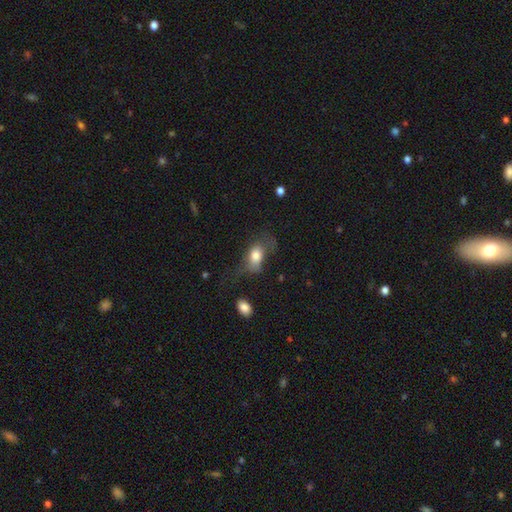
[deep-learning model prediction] The model was most divided on "merging": major disturbance: 40%, none: 31%, minor disturbance: 25%, merger: 4%. More confident: how rounded — in between (79%); smooth or featured — smooth (73%).